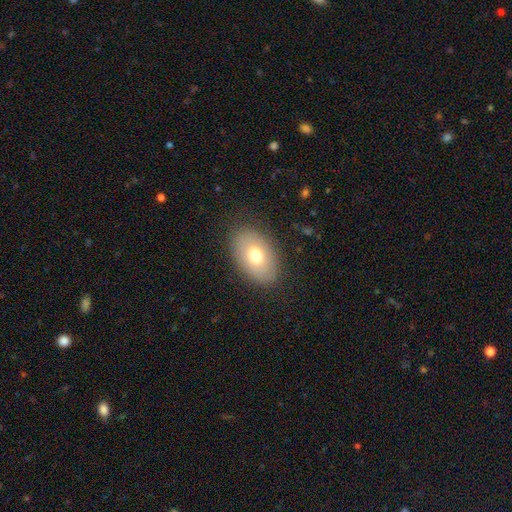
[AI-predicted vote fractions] Smooth or featured? Predicted: smooth (p=0.71). How rounded? Predicted: in between (p=0.88). Merging? Predicted: none (p=0.84).